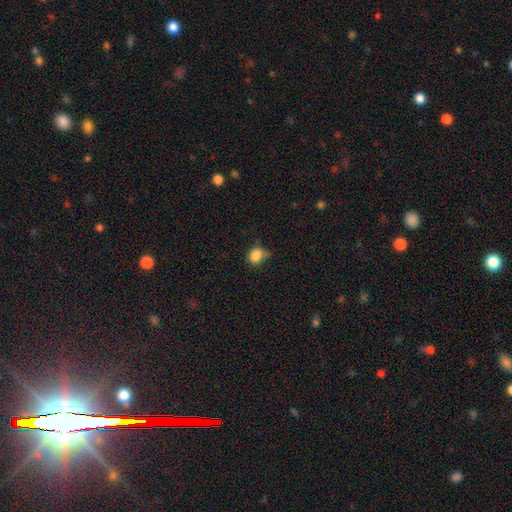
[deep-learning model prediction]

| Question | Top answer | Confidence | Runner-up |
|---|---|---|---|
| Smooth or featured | smooth | 85% | star or artifact (11%) |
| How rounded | round | 68% | in between (31%) |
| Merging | none | 57% | minor disturbance (32%) |